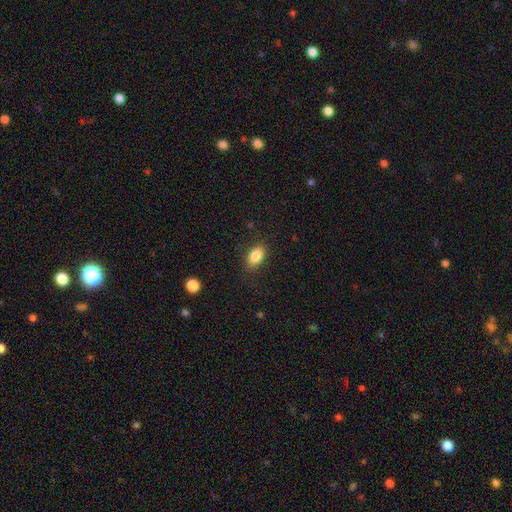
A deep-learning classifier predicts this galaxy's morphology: type=smooth (85%); roundness=in between (89%); merging=none (85%).